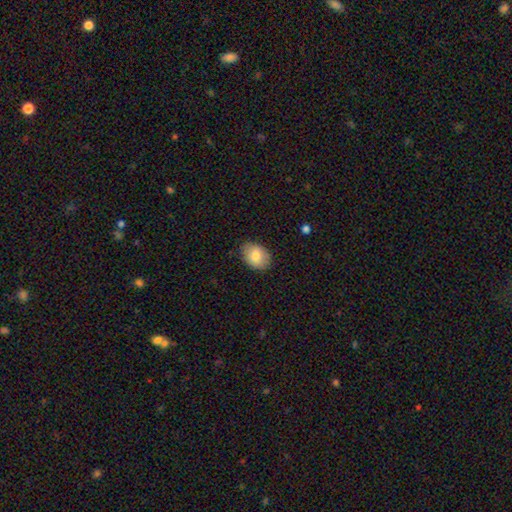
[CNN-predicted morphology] Smooth or featured? smooth (79%)
How rounded? in between (67%)
Merging? none (82%)